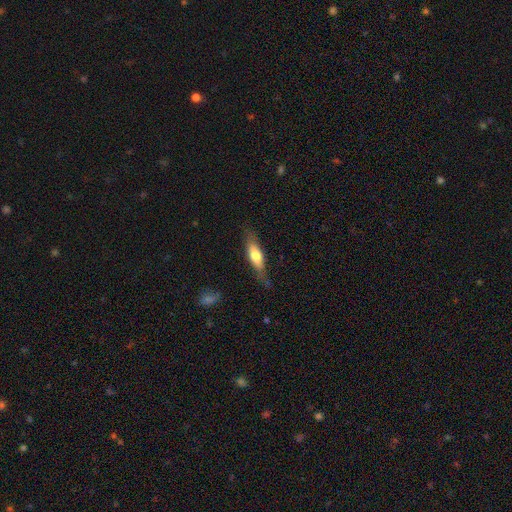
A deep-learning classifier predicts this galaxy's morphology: Smooth or featured? smooth (56%)
How rounded? cigar-shaped (56%)
Merging? none (71%)